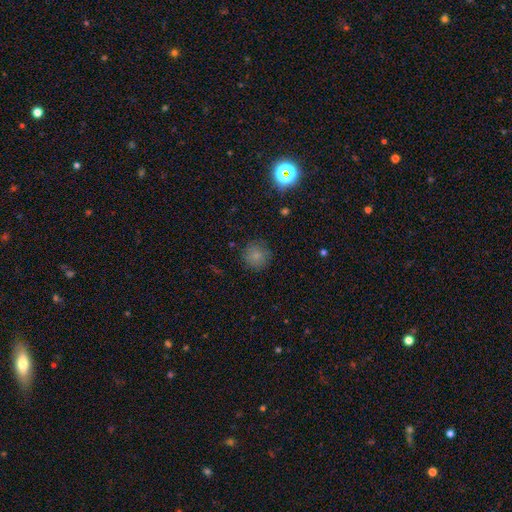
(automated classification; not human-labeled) smooth-or-featured: smooth: 81% | star or artifact: 12% | featured or disk: 7%
  how-rounded: round: 93% | in between: 6% | cigar-shaped: 1%
  merging: none: 85% | minor disturbance: 11% | major disturbance: 3% | merger: 1%